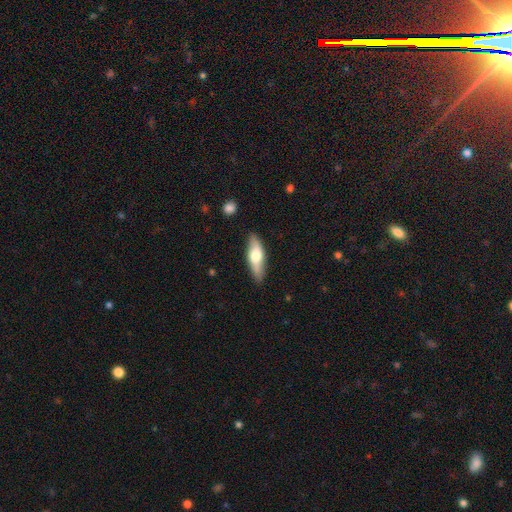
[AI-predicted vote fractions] This appears to be a smooth galaxy with no disk features (56%) that is cigar-shaped (51%). Merging: none (84%).